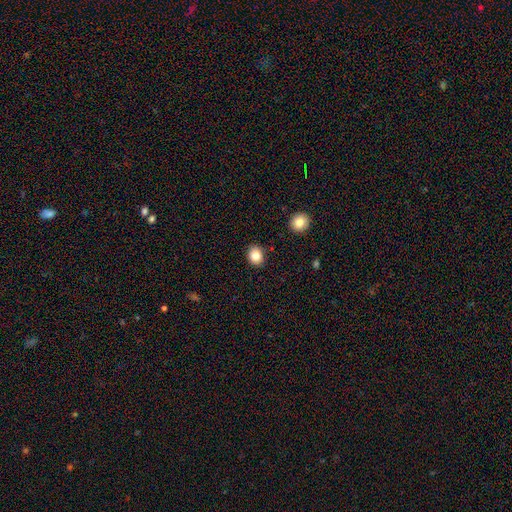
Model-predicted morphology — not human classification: smooth_or_featured: smooth (p=0.82) [alt: star or artifact p=0.10]
how_rounded: round (p=0.53) [alt: in between p=0.46]
merging: none (p=0.88) [alt: minor disturbance p=0.08]